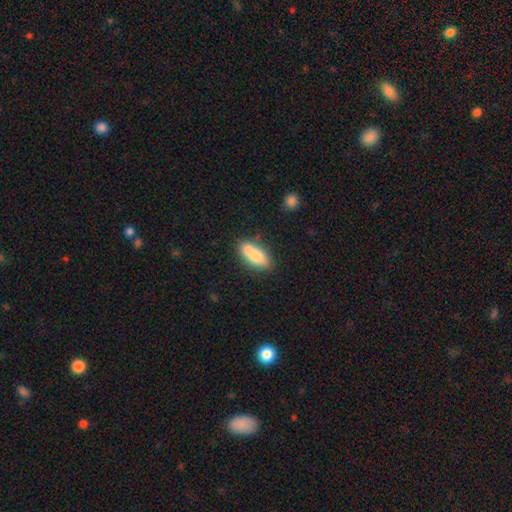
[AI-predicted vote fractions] Smooth or featured: smooth — 79% (featured or disk — 15%)
How rounded: in between — 73% (cigar-shaped — 24%)
Merging: none — 60% (minor disturbance — 18%)